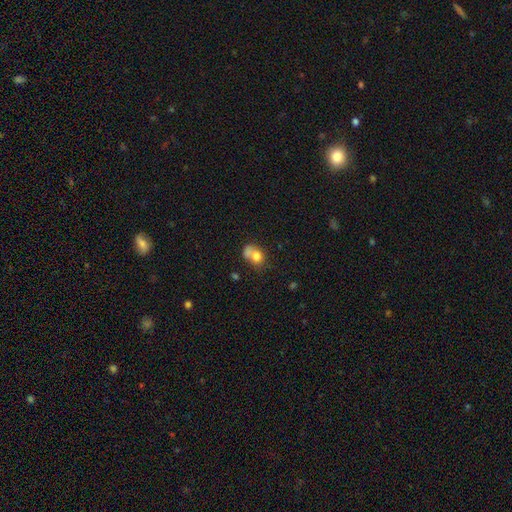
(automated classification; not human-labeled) Smooth or featured?
  - smooth: 72% *
  - featured or disk: 17%
  - star or artifact: 10%
How rounded?
  - in between: 52% *
  - round: 47%
  - cigar-shaped: 1%
Merging?
  - merger: 43% *
  - none: 29%
  - minor disturbance: 16%
  - major disturbance: 12%